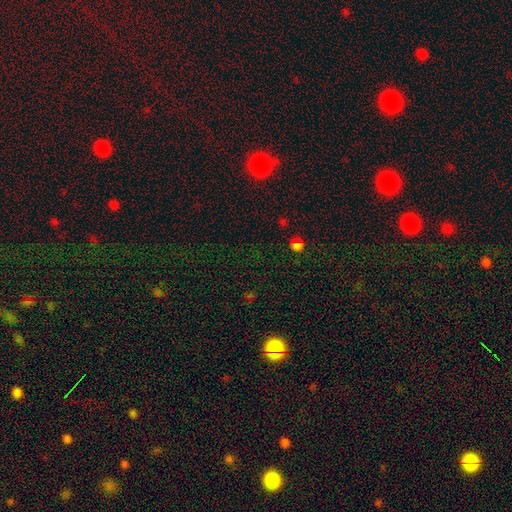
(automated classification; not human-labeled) Smooth or featured? star or artifact (62%)